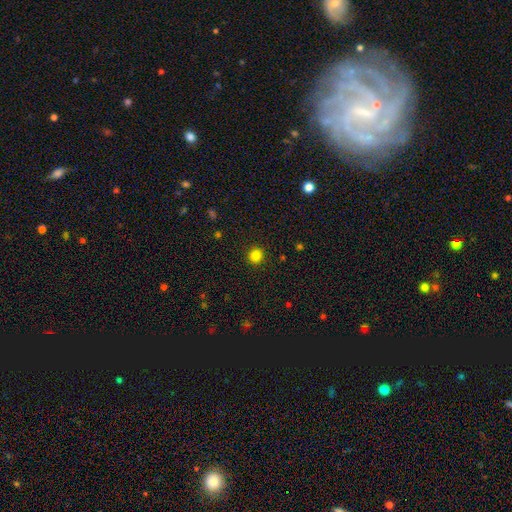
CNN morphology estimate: smooth-or-featured: smooth: 83% | star or artifact: 13% | featured or disk: 4%
  how-rounded: round: 93% | in between: 6% | cigar-shaped: 1%
  merging: none: 92% | minor disturbance: 5% | major disturbance: 2% | merger: 1%